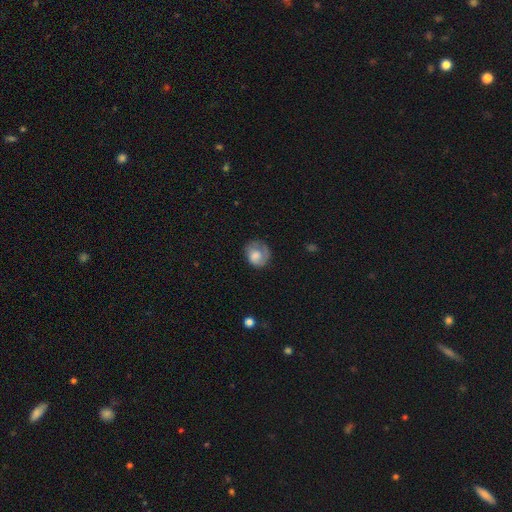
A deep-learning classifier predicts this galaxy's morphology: smooth_or_featured: smooth (p=0.66) [alt: featured or disk p=0.27]
how_rounded: round (p=0.68) [alt: in between p=0.31]
merging: none (p=0.52) [alt: minor disturbance p=0.28]